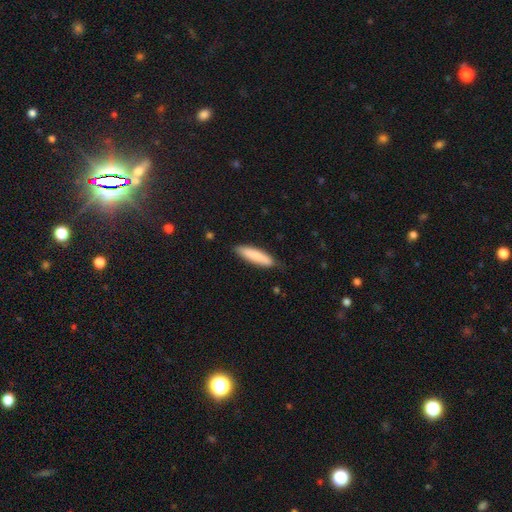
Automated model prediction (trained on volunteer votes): Overall: smooth (84%). How rounded: cigar-shaped (76%). Merging: none (80%).